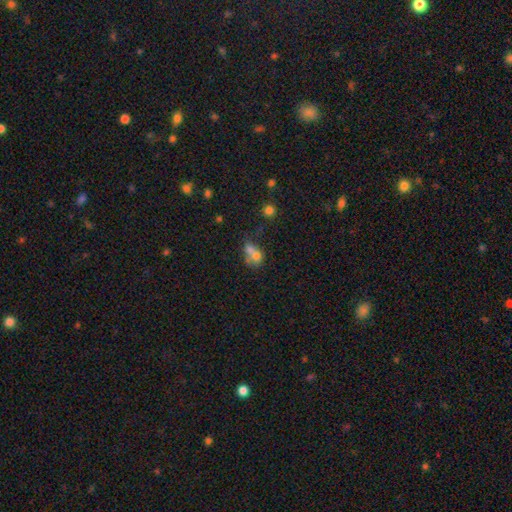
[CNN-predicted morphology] Overall: smooth (65%). How rounded: round (51%; in between 47%). Merging: merger (64%).